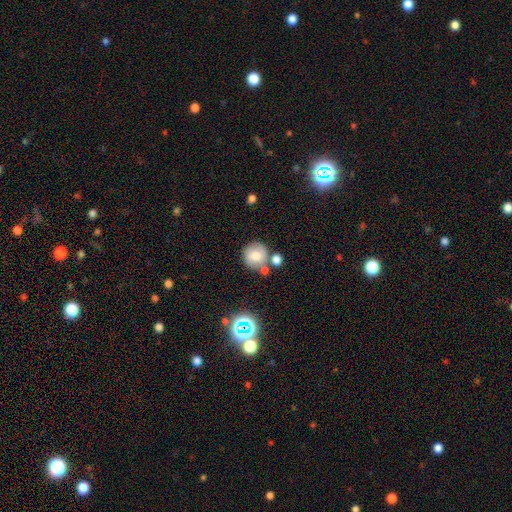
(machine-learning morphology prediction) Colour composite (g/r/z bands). It shows a smooth galaxy with no disk features (68%) that is round (92%). Merging: none (65%).